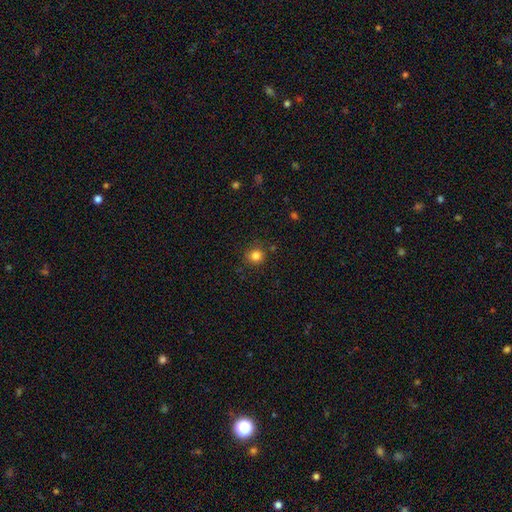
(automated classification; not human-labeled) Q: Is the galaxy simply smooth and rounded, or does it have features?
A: smooth — 83%.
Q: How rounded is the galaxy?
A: round — 86%.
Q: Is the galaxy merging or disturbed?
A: none — 83%.